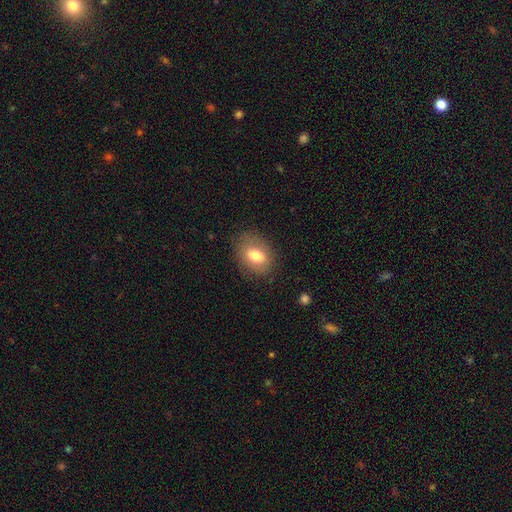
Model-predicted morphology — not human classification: Smooth or featured: smooth — 73% (featured or disk — 19%)
How rounded: in between — 73% (round — 26%)
Merging: none — 80% (minor disturbance — 14%)